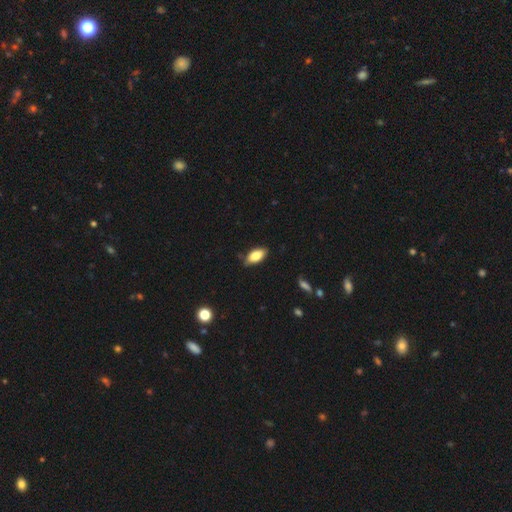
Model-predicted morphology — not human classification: This is clearly a smooth galaxy (82%). How rounded: clearly in between (89%). Merging: likely none (76%).